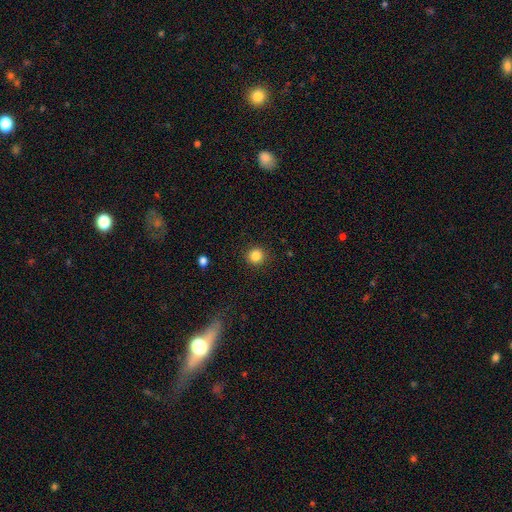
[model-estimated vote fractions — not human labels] smooth-or-featured: smooth: 84% | star or artifact: 11% | featured or disk: 4%
  how-rounded: round: 93% | in between: 6% | cigar-shaped: 1%
  merging: none: 90% | minor disturbance: 7% | major disturbance: 2% | merger: 1%